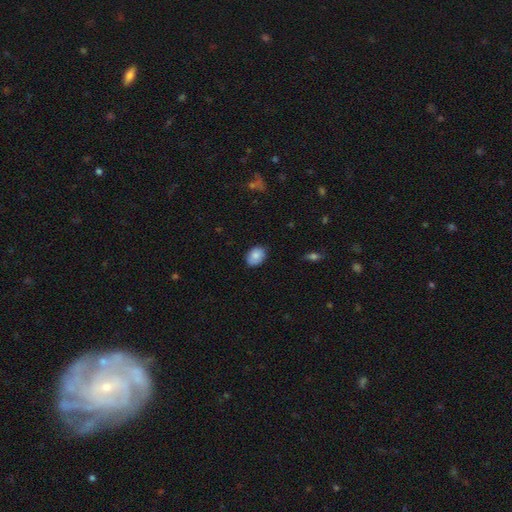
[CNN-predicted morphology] Smooth or featured: smooth — 83% (featured or disk — 10%)
How rounded: in between — 70% (round — 29%)
Merging: none — 81% (minor disturbance — 16%)